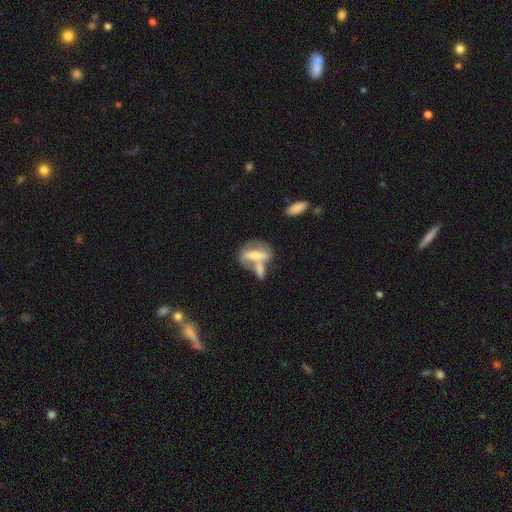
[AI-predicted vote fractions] Smooth or featured? Predicted: featured or disk (p=0.51). Edge-on disk? Predicted: no (p=0.73). Merging? Predicted: merger (p=0.49).